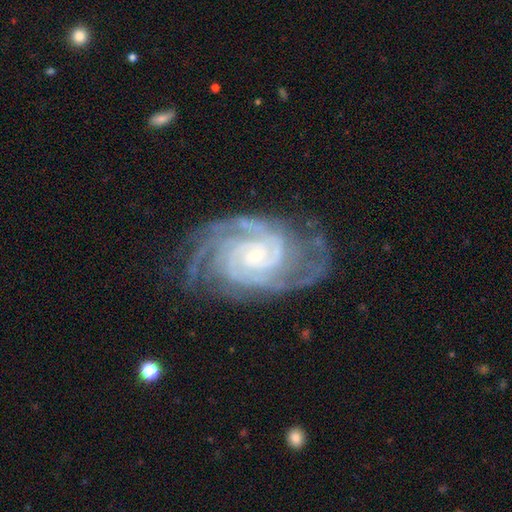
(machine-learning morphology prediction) Smooth or featured? Predicted: featured or disk (p=0.92). Edge-on disk? Predicted: no (p=0.97). Bar? Predicted: no (p=0.64). Spiral arms? Predicted: yes (p=0.99). Spiral winding? Predicted: tight (p=0.73). Spiral arm count? Predicted: 4 (p=0.27). Bulge size? Predicted: small (p=0.80). Merging? Predicted: none (p=0.72).